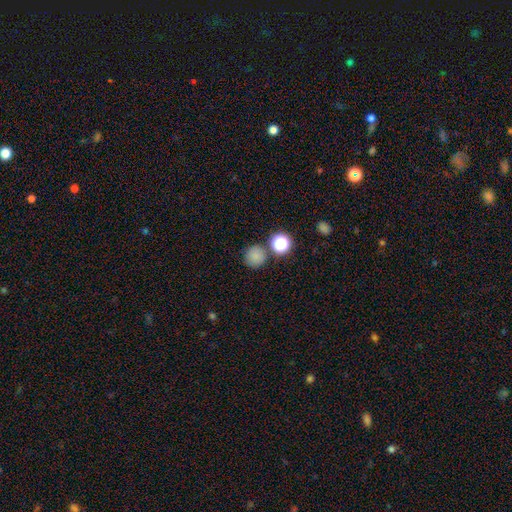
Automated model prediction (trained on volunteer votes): smooth 80%, star or artifact 15%, featured or disk 5%. Down the decision tree: how rounded — round (92%); merging — none (78%).